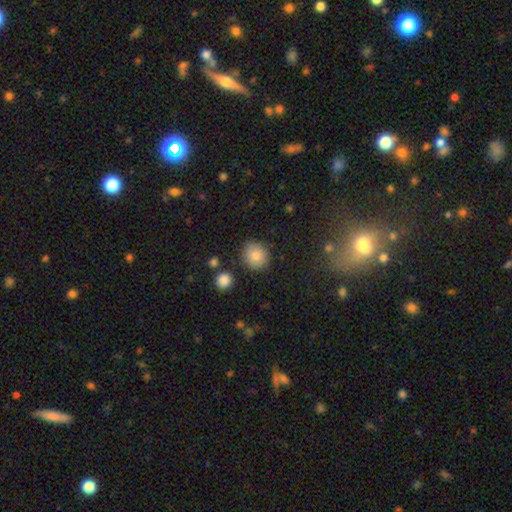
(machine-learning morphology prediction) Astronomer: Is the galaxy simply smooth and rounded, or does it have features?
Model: smooth — 84%.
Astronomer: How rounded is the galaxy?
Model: round — 80%.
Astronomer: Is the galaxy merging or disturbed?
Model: none — 84%.